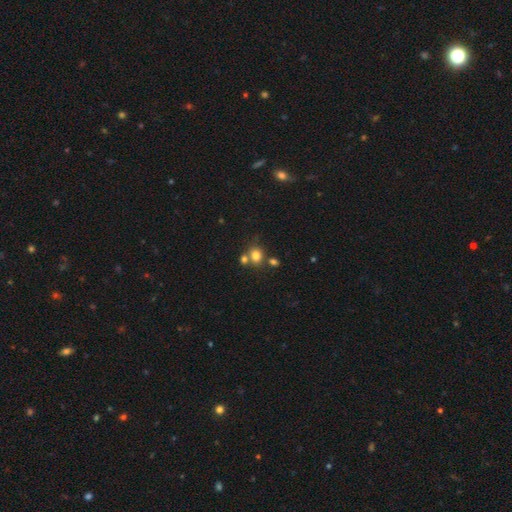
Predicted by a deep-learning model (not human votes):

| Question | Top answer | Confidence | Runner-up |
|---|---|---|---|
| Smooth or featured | smooth | 78% | star or artifact (14%) |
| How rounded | round | 63% | in between (36%) |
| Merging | none | 57% | merger (28%) |